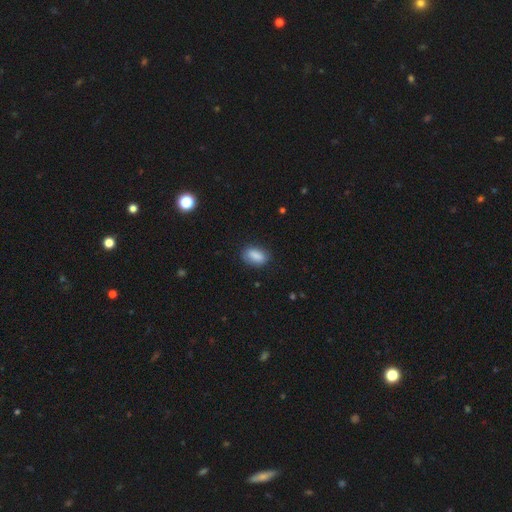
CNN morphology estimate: A smooth galaxy with no disk features (86%) that is in between round and cigar-shaped (88%). Merging: none (79%).